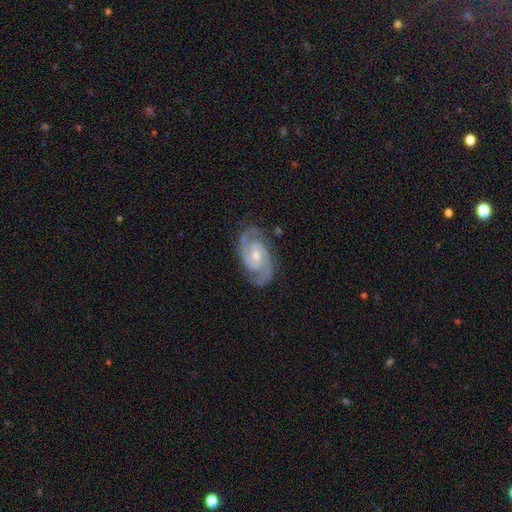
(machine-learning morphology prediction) Q: Smooth or featured?
A: featured or disk (92%); runner-up: star or artifact (4%)
Q: Edge-on disk?
A: no (97%); runner-up: yes (3%)
Q: Bar?
A: weak (45%); runner-up: no (39%)
Q: Spiral arms?
A: yes (99%); runner-up: no (1%)
Q: Spiral winding?
A: tight (54%); runner-up: medium (41%)
Q: Spiral arm count?
A: 2 (83%); runner-up: 3 (10%)
Q: Bulge size?
A: moderate (49%); runner-up: small (47%)
Q: Merging?
A: none (82%); runner-up: minor disturbance (14%)